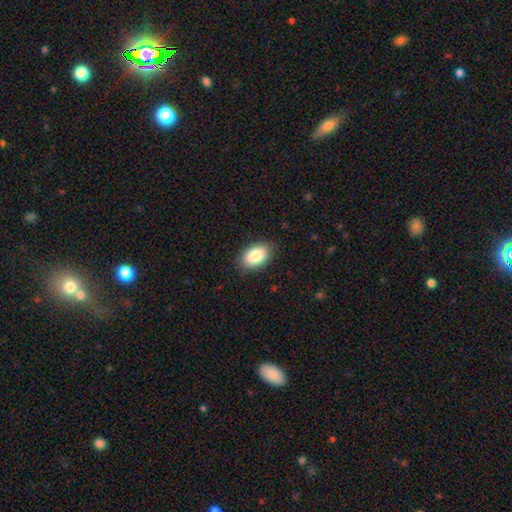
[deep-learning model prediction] Smooth or featured: smooth — 86% (star or artifact — 7%)
How rounded: in between — 90% (round — 9%)
Merging: none — 85% (minor disturbance — 11%)